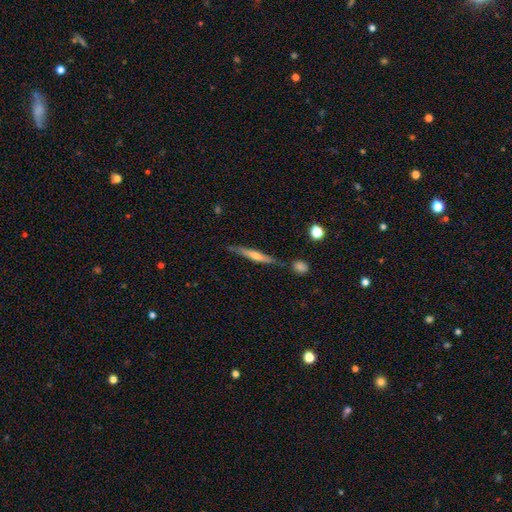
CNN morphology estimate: smooth-or-featured: featured or disk: 61% | smooth: 32% | star or artifact: 7%
  disk-edge-on: yes: 95% | no: 5%
    edge-on-bulge: rounded: 69% | none: 21% | boxy: 9%
  merging: none: 78% | minor disturbance: 13% | merger: 6% | major disturbance: 3%